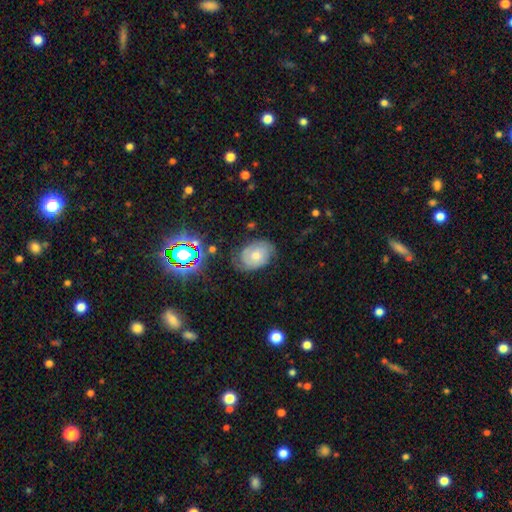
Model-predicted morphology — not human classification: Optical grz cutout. It shows a featured or disk galaxy (51%). Merging: none (65%).